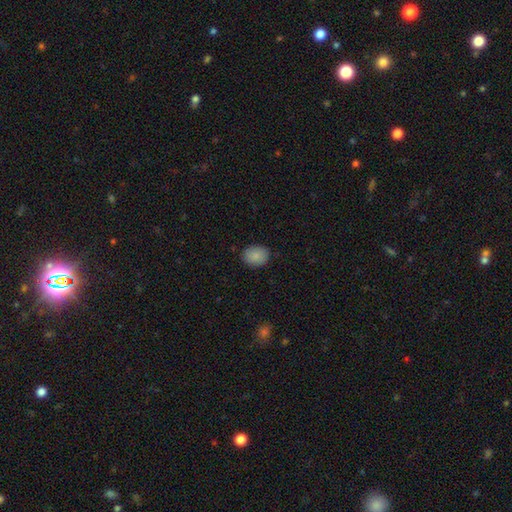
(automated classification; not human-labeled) Smooth or featured?
  - smooth: 87% *
  - star or artifact: 8%
  - featured or disk: 5%
How rounded?
  - in between: 53% *
  - round: 46%
  - cigar-shaped: 1%
Merging?
  - none: 86% *
  - minor disturbance: 10%
  - major disturbance: 2%
  - merger: 1%